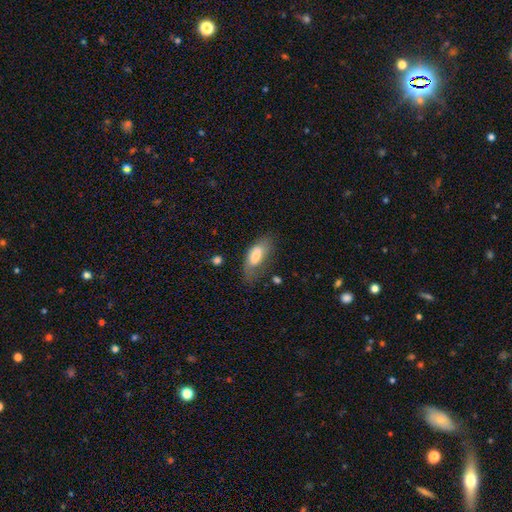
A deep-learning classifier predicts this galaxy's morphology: This is likely a smooth galaxy (65%). How rounded: clearly in between (81%). Merging: possibly none (52%).